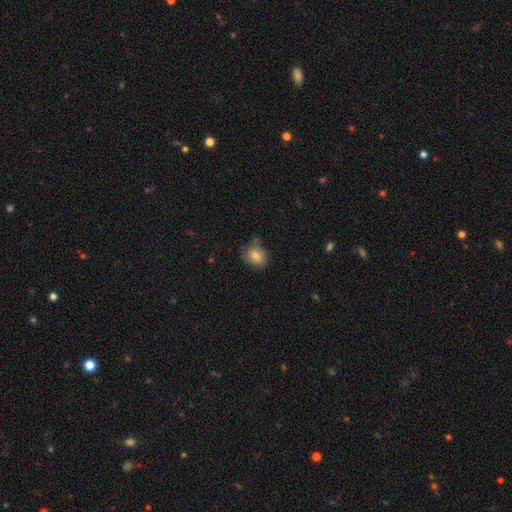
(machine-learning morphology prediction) A smooth galaxy with no disk features (78%) that is round (51%). Merging: none (65%).